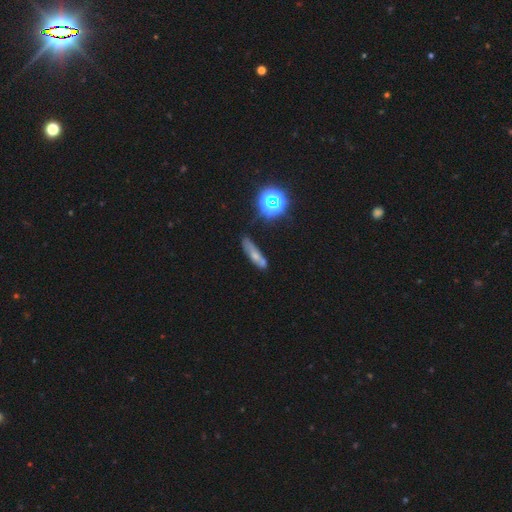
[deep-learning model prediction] This appears to be a smooth galaxy with no disk features (51%) that is cigar-shaped (63%). Merging: none (52%).